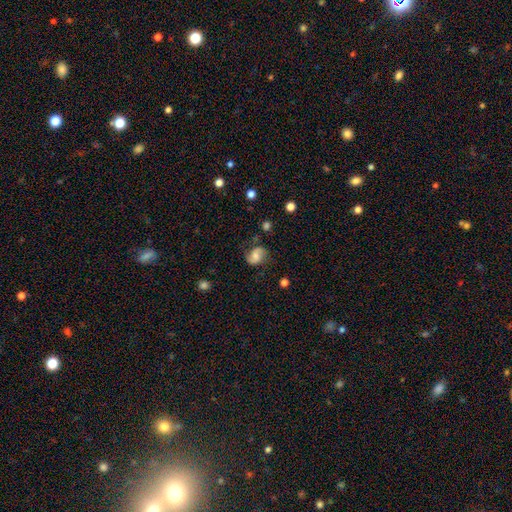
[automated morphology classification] Q: Smooth or featured?
A: featured or disk (49%); runner-up: smooth (42%)
Q: Merging?
A: none (68%); runner-up: minor disturbance (22%)